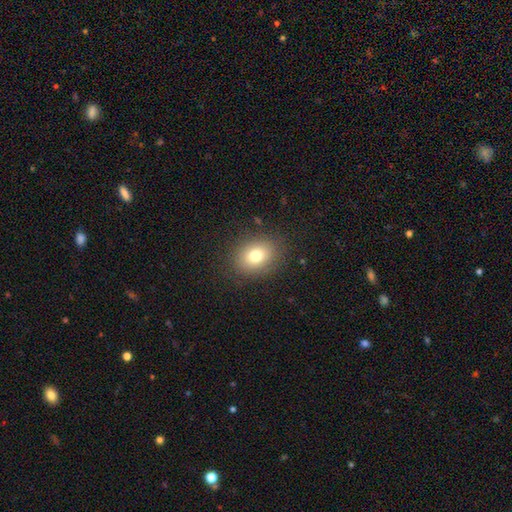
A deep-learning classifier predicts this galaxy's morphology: This appears to be a smooth galaxy with no disk features (76%) that is in between round and cigar-shaped (51%). Merging: none (86%).